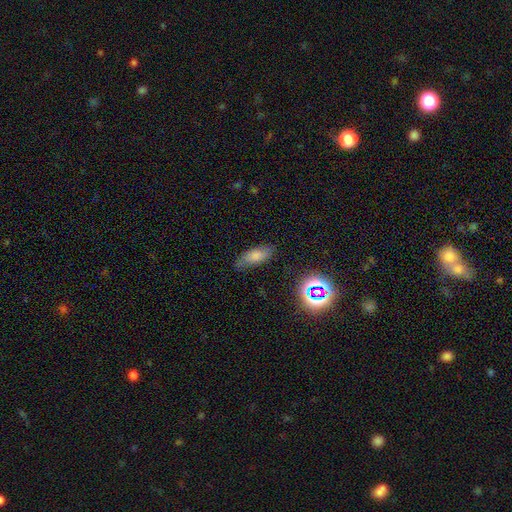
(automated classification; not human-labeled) Smooth or featured?
  - smooth: 69% *
  - featured or disk: 16%
  - star or artifact: 15%
How rounded?
  - in between: 76% *
  - cigar-shaped: 19%
  - round: 5%
Merging?
  - none: 74% *
  - minor disturbance: 19%
  - major disturbance: 5%
  - merger: 2%